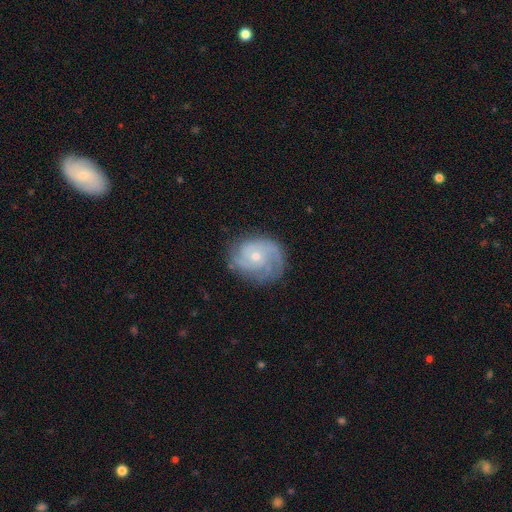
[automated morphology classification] smooth-or-featured: featured or disk: 81% | smooth: 13% | star or artifact: 6%
  disk-edge-on: no: 98% | yes: 2%
    bar: no: 77% | weak: 20% | strong: 3%
    has-spiral-arms: yes: 95% | no: 5%
      spiral-winding: tight: 58% | medium: 33% | loose: 9%
      spiral-arm-count: 3: 32% | 2: 25% | can't tell: 24% | 4: 9% | 1: 6% | more than 4: 5%
    bulge-size: small: 60% | moderate: 37% | large: 1% | none: 1% | dominant: 1%
  merging: none: 75% | minor disturbance: 17% | major disturbance: 6% | merger: 1%